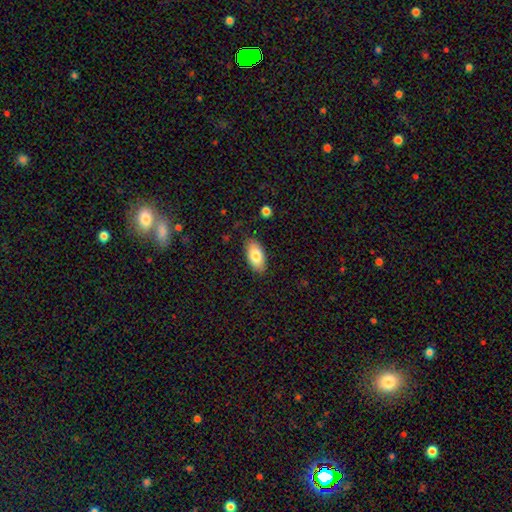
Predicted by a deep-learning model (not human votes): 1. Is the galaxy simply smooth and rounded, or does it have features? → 81% smooth, 12% featured or disk, 7% star or artifact.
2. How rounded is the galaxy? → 94% in between, 4% cigar-shaped, 3% round.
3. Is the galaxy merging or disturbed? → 85% none, 11% minor disturbance, 2% major disturbance, 1% merger.